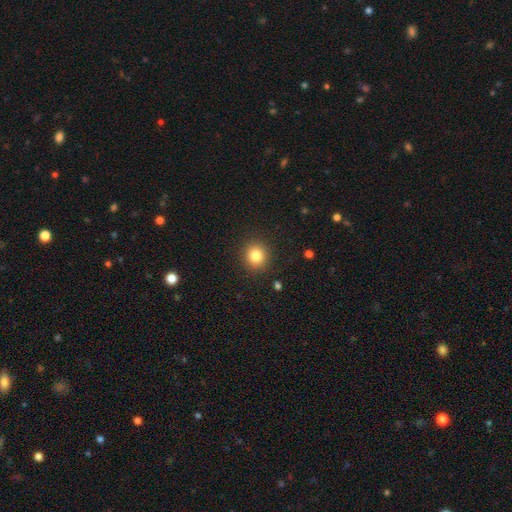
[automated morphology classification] smooth-or-featured: smooth: 82% | star or artifact: 11% | featured or disk: 7%
  how-rounded: round: 88% | in between: 11% | cigar-shaped: 1%
  merging: none: 91% | minor disturbance: 6% | major disturbance: 2% | merger: 1%